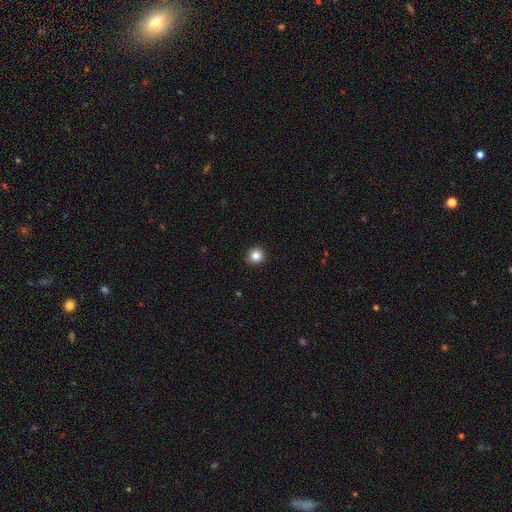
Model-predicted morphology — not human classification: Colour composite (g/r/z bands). It shows a smooth galaxy with no disk features (84%) that is round (94%). Merging: none (93%).